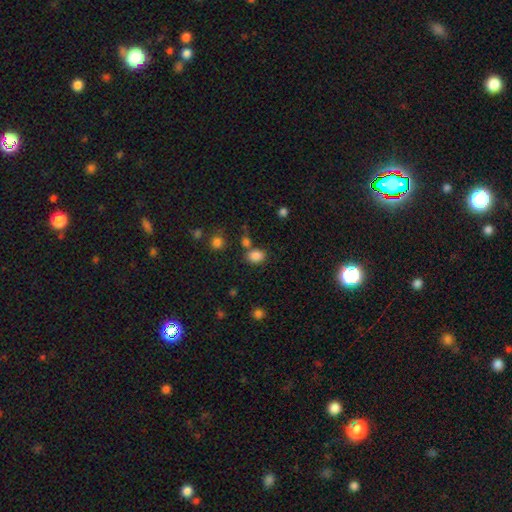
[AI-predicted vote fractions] smooth_or_featured: smooth (p=0.84) [alt: star or artifact p=0.12]
how_rounded: in between (p=0.58) [alt: round p=0.41]
merging: none (p=0.68) [alt: merger p=0.15]